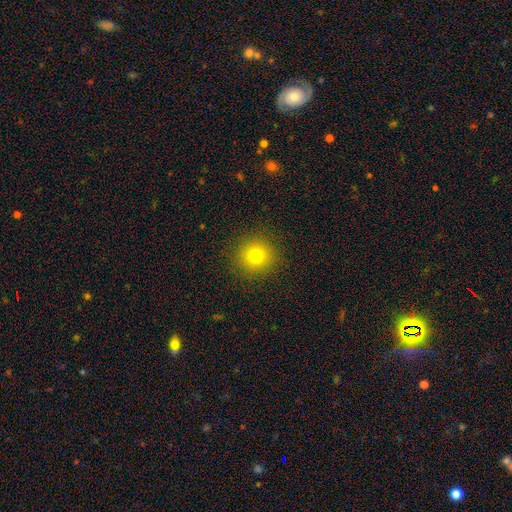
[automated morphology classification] Smooth or featured? smooth (77%)
How rounded? round (94%)
Merging? none (91%)